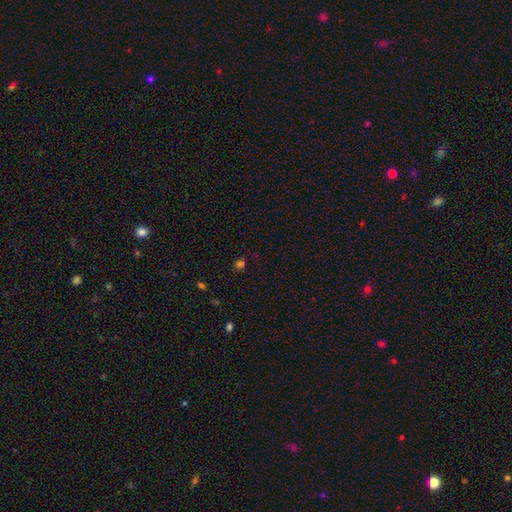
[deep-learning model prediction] Morphology: type=smooth (58%); roundness=round (75%); merging=none (80%).